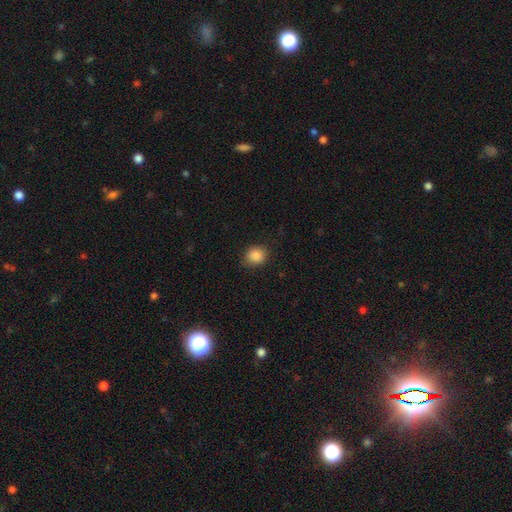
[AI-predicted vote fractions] This is clearly a smooth galaxy (87%). How rounded: likely round (69%). Merging: clearly none (84%).